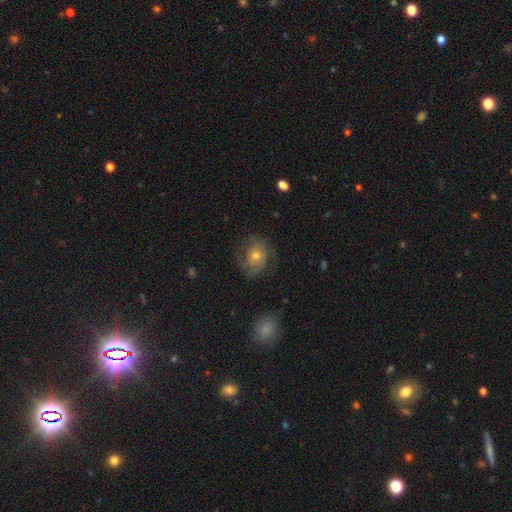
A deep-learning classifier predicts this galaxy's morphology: The model was most divided on "spiral arm count": 2: 39%, can't tell: 29%, 3: 17%, 1: 7%, 4: 4%, more than 4: 4%. More confident: edge-on disk — no (97%); spiral arms — yes (89%); bar — no (80%); merging — none (72%); smooth or featured — featured or disk (68%); bulge size — moderate (55%); spiral winding — tight (52%).